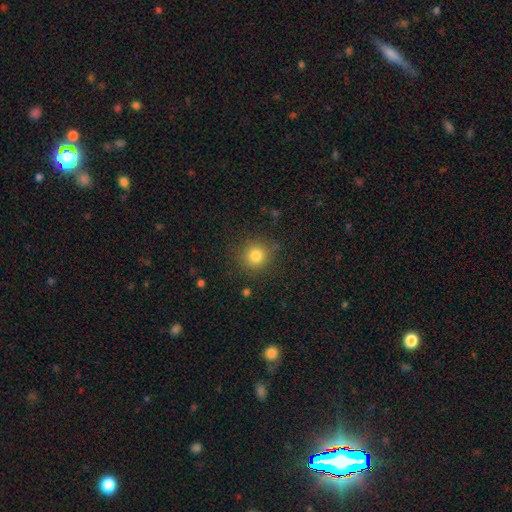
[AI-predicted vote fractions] This is clearly a smooth galaxy (81%). How rounded: clearly round (91%). Merging: clearly none (85%).